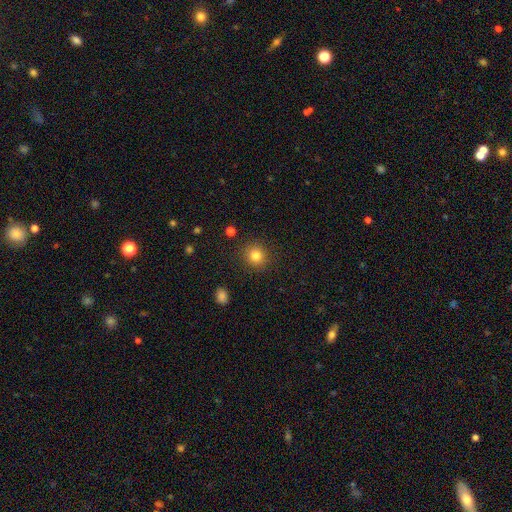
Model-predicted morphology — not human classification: smooth 82%, star or artifact 12%, featured or disk 6%. Down the decision tree: how rounded — round (91%); merging — none (90%).